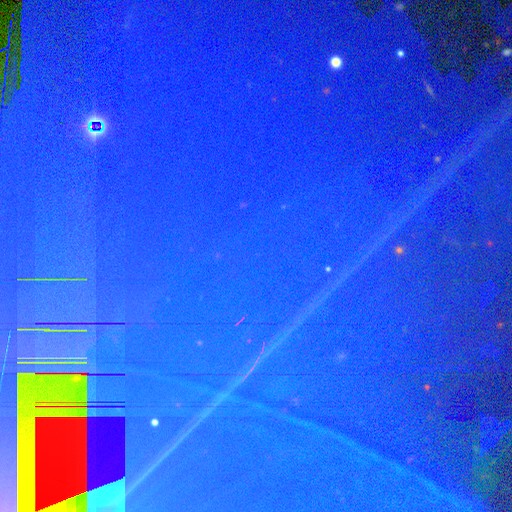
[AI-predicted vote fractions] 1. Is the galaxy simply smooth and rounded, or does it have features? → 85% star or artifact, 7% smooth, 7% featured or disk.